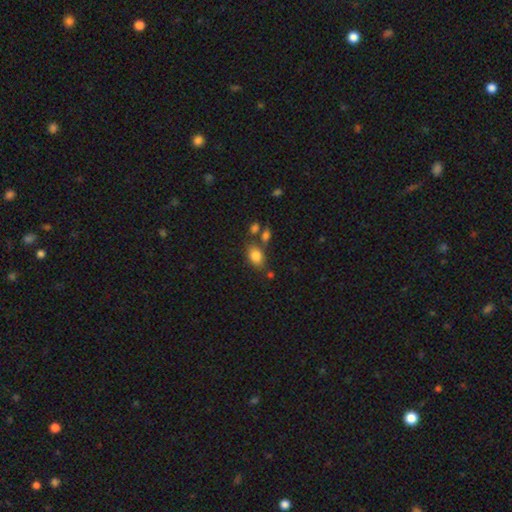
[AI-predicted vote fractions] This appears to be a smooth galaxy with no disk features (82%) that is in between round and cigar-shaped (77%). Merging: none (63%).